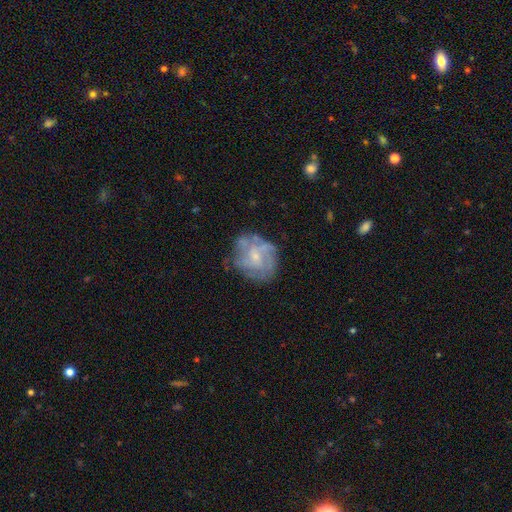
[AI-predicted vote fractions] Overall: featured or disk (67%). Edge-on disk: no (98%). Bar: no (68%; weak 28%). Spiral arms: yes (67%; no 33%). Bulge size: small (62%; moderate 27%). Merging: none (63%).